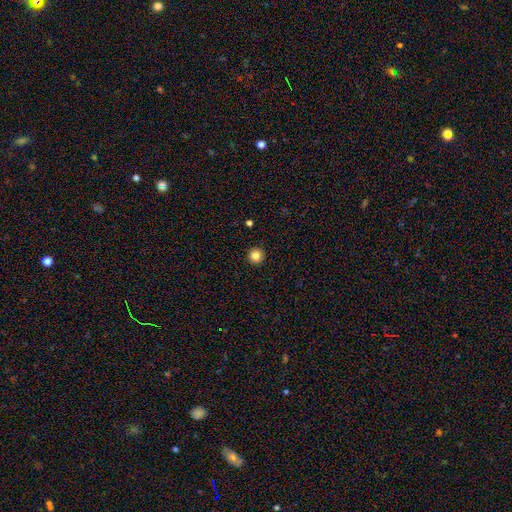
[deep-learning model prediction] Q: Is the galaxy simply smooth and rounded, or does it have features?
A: smooth — 83%.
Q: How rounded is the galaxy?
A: round — 96%.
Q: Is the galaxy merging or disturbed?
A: none — 93%.